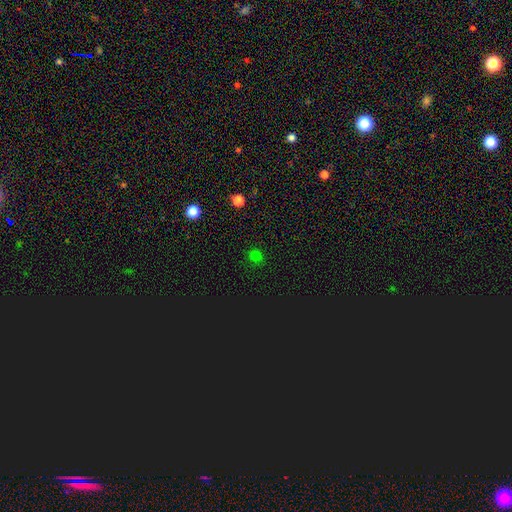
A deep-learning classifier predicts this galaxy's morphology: Smooth or featured? Predicted: smooth (p=0.69). How rounded? Predicted: round (p=0.90). Merging? Predicted: none (p=0.89).